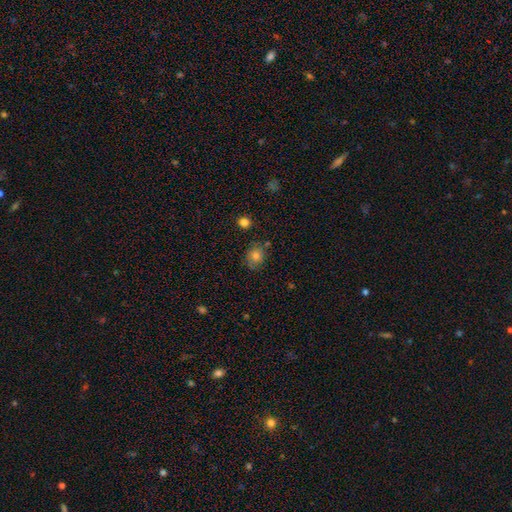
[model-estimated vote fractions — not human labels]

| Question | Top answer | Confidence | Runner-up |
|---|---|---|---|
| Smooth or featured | smooth | 76% | star or artifact (12%) |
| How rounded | round | 74% | in between (25%) |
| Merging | none | 75% | minor disturbance (17%) |